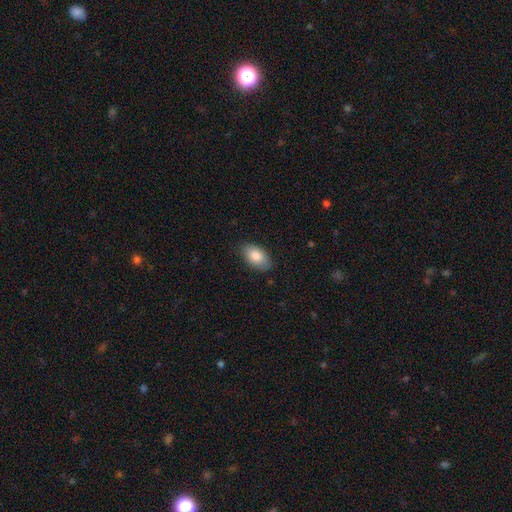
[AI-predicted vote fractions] A smooth galaxy with no disk features (86%) that is in between round and cigar-shaped (93%). Merging: none (82%).